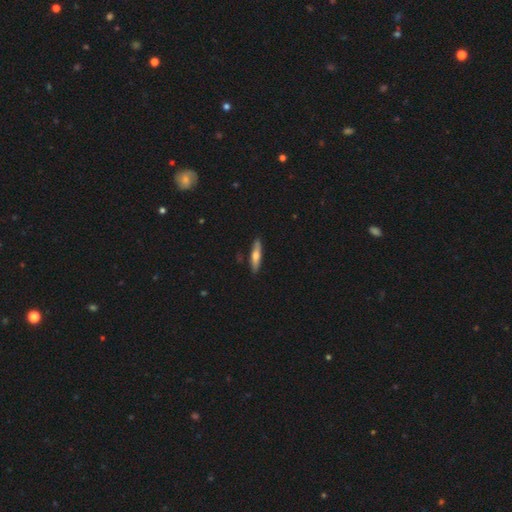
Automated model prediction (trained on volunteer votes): Smooth or featured? smooth (56%)
How rounded? cigar-shaped (83%)
Merging? none (88%)